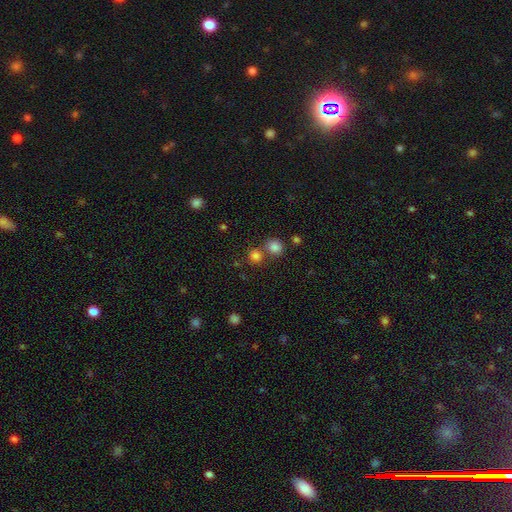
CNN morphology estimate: Smooth or featured? Predicted: smooth (p=0.79). How rounded? Predicted: round (p=0.87). Merging? Predicted: none (p=0.62).